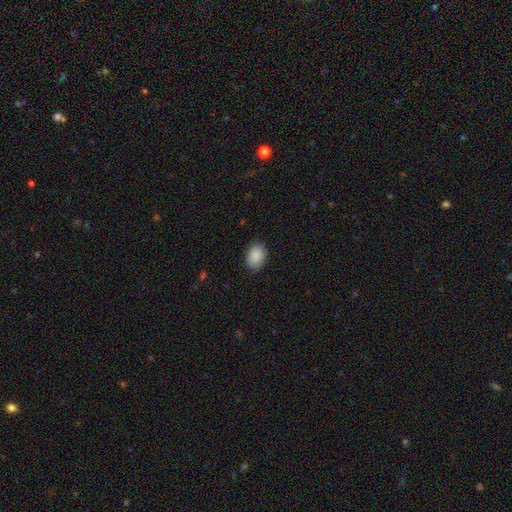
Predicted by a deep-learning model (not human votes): Smooth or featured? smooth (90%)
How rounded? in between (78%)
Merging? none (84%)